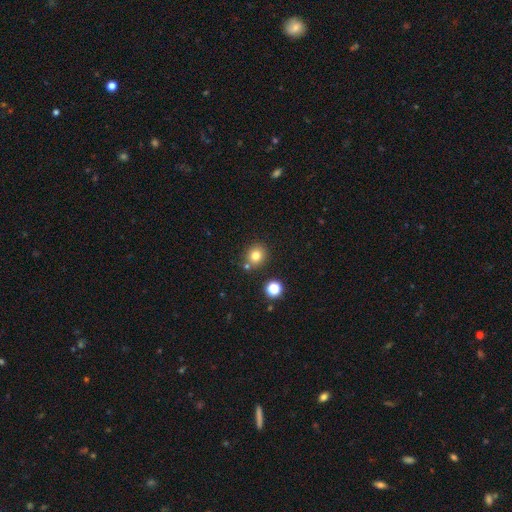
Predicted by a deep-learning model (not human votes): Overall: smooth (78%). How rounded: round (84%). Merging: none (77%).